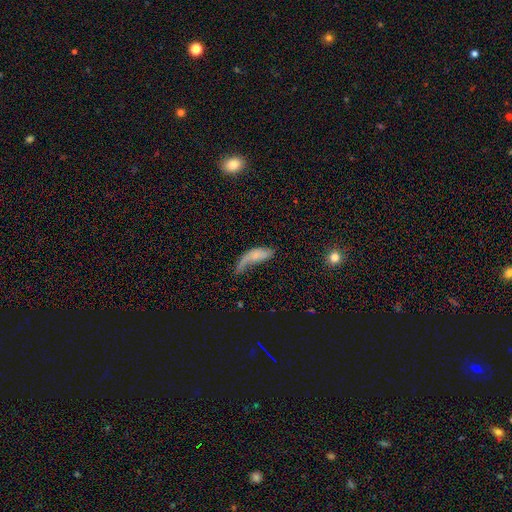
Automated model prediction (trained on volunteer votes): The model was most divided on "smooth or featured": smooth: 47%, featured or disk: 45%, star or artifact: 9%. Remaining: merging — major disturbance (43%).